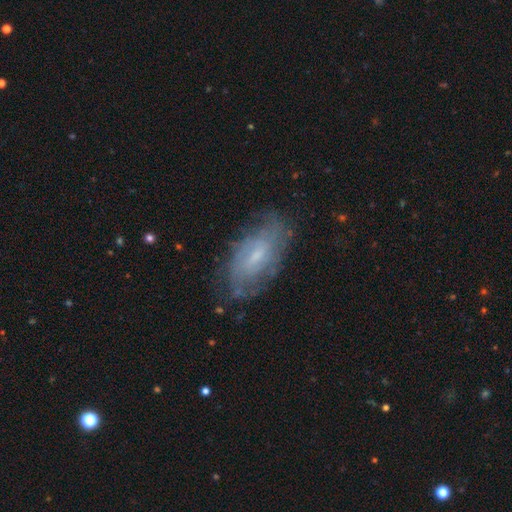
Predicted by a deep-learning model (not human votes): A featured or disk galaxy (66%) with no bar (47%), spiral arms (80%) and a small central bulge (57%). Merging: none (72%).